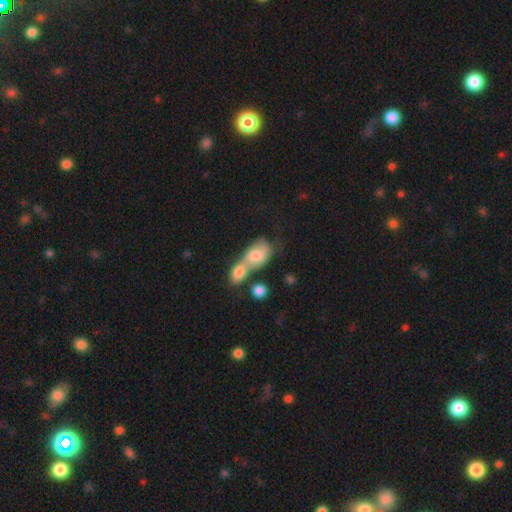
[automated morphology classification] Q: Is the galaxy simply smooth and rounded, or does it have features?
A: smooth — 70%.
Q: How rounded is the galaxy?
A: in between — 79%.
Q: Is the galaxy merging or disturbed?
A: merger — 71%.